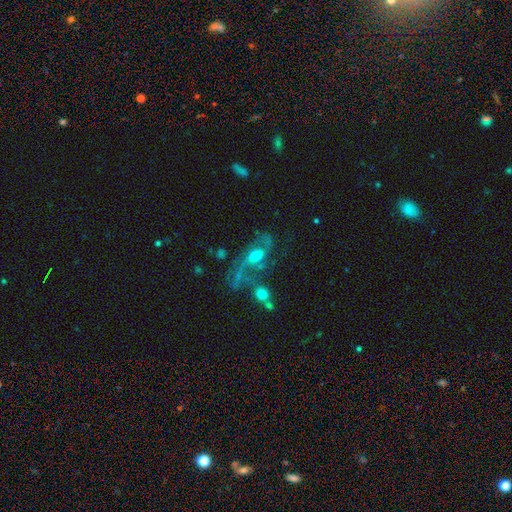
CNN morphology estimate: The model was most divided on "spiral winding" (2-way tie): loose: 42%, medium: 42%, tight: 16%. Remaining: edge-on disk — no (96%); spiral arms — yes (85%); smooth or featured — featured or disk (74%); bar — no (60%); spiral arm count — 2 (54%); bulge size — moderate (52%); merging — none (30%).